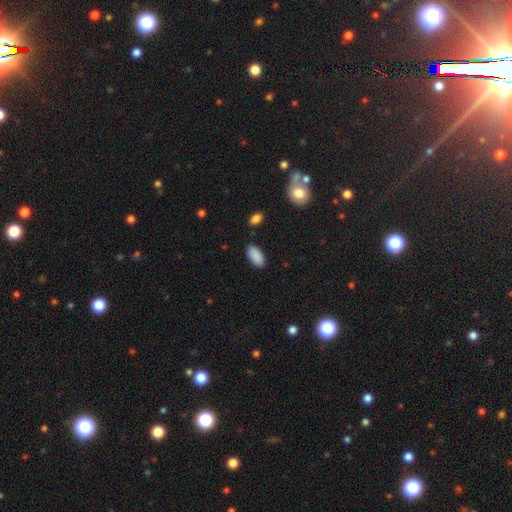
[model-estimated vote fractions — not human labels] smooth_or_featured: smooth (p=0.90) [alt: star or artifact p=0.07]
how_rounded: in between (p=0.94) [alt: cigar-shaped p=0.04]
merging: none (p=0.87) [alt: minor disturbance p=0.09]